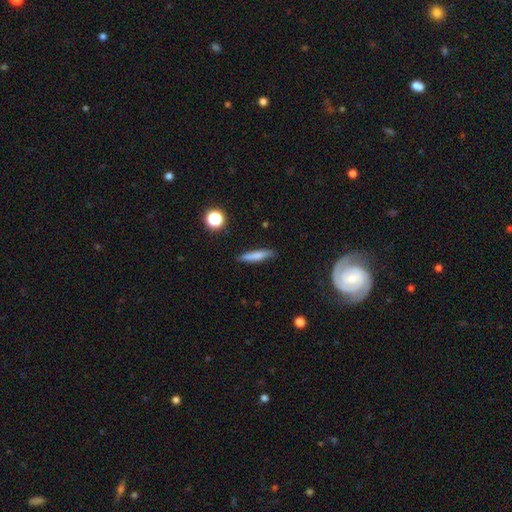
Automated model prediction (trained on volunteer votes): Smooth or featured? Predicted: smooth (p=0.75). How rounded? Predicted: cigar-shaped (p=0.87). Merging? Predicted: none (p=0.87).